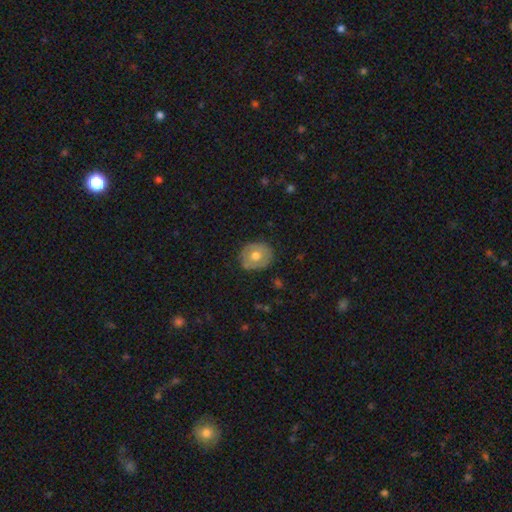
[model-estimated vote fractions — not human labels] Q: Smooth or featured?
A: smooth (61%); runner-up: featured or disk (32%)
Q: How rounded?
A: round (75%); runner-up: in between (24%)
Q: Merging?
A: none (81%); runner-up: minor disturbance (15%)